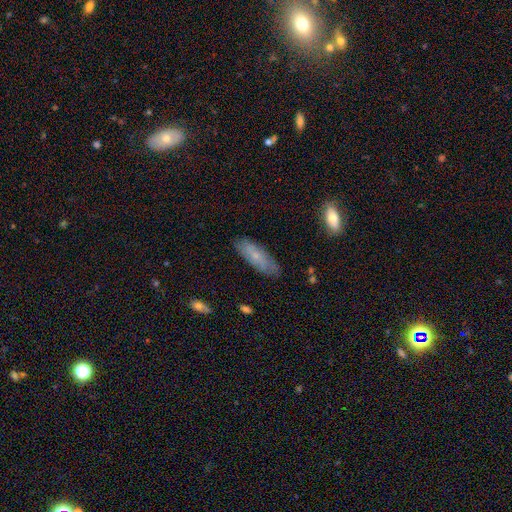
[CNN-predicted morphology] Smooth or featured? smooth (63%)
How rounded? in between (58%)
Merging? none (79%)